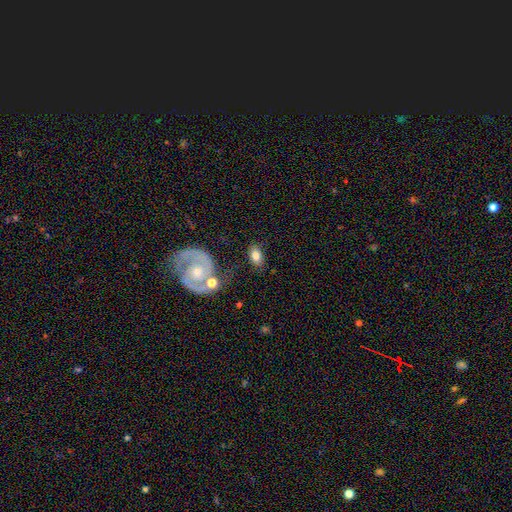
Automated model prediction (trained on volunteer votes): Q: Smooth or featured?
A: smooth (73%); runner-up: featured or disk (20%)
Q: How rounded?
A: in between (89%); runner-up: round (8%)
Q: Merging?
A: none (71%); runner-up: minor disturbance (15%)